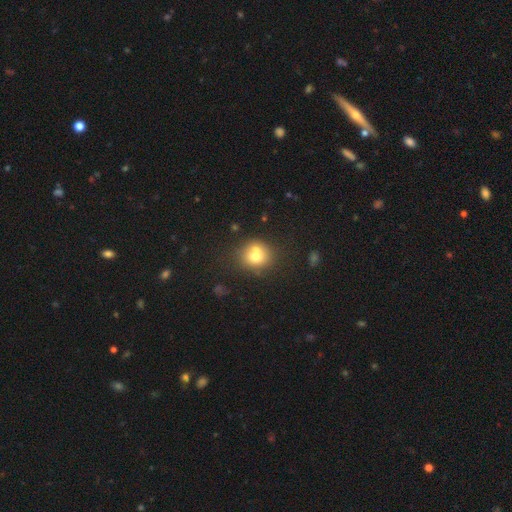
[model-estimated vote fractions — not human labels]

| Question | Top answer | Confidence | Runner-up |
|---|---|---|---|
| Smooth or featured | smooth | 69% | featured or disk (19%) |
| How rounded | round | 82% | in between (17%) |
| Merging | none | 47% | merger (37%) |